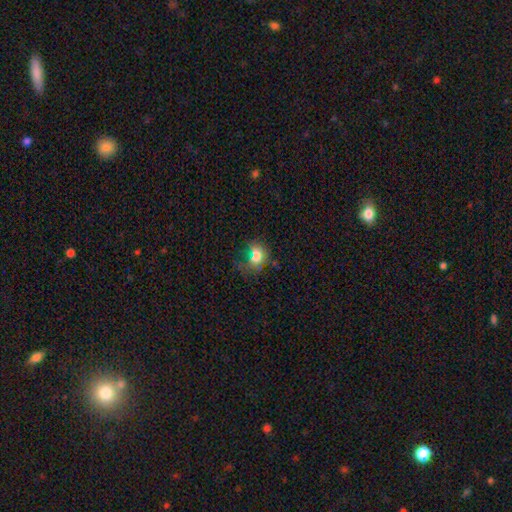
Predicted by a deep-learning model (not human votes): A smooth galaxy with no disk features (71%) that is in between round and cigar-shaped (58%). Merging: none (38%).